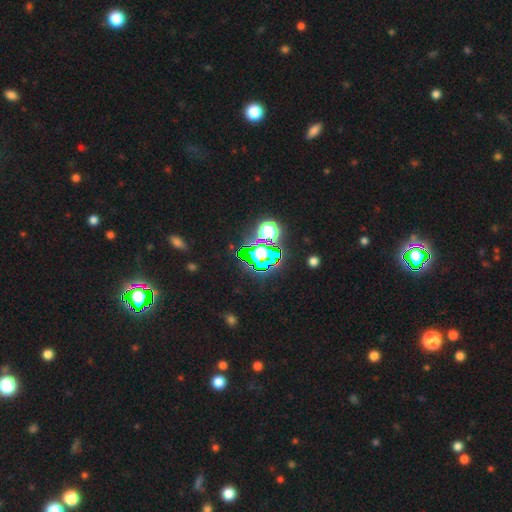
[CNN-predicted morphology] This is likely a star or artifact rather than a galaxy (67%).